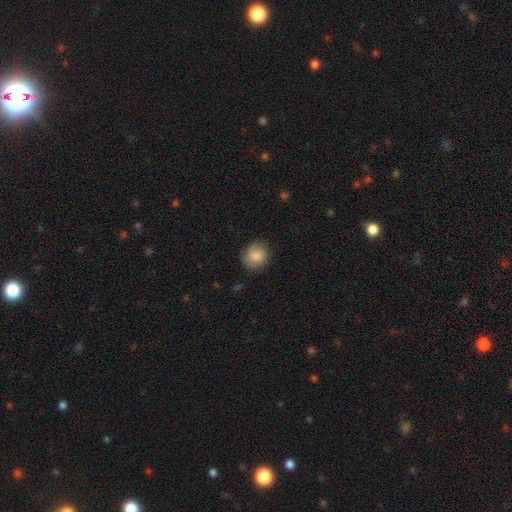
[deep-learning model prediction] Overall: smooth (83%). How rounded: round (76%). Merging: none (79%).